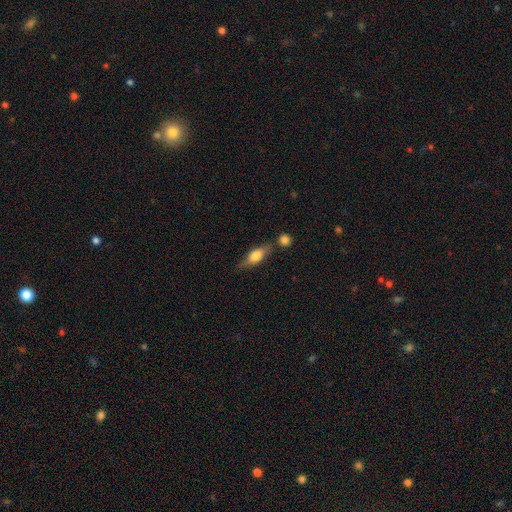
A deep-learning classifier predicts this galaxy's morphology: Smooth or featured: smooth — 58% (featured or disk — 35%)
How rounded: in between — 58% (cigar-shaped — 37%)
Merging: none — 65% (minor disturbance — 16%)